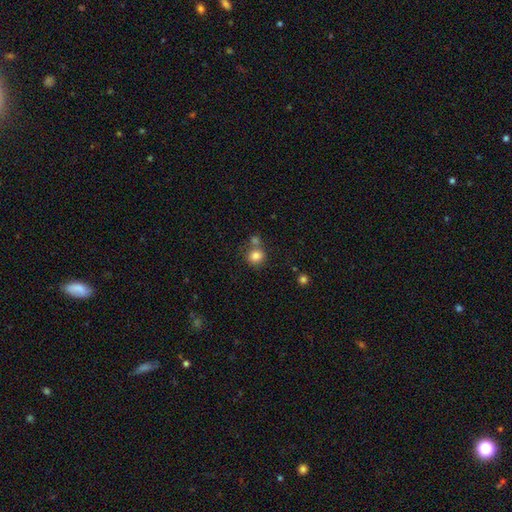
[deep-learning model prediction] A smooth galaxy with no disk features (82%) that is round (84%). Merging: none (60%).